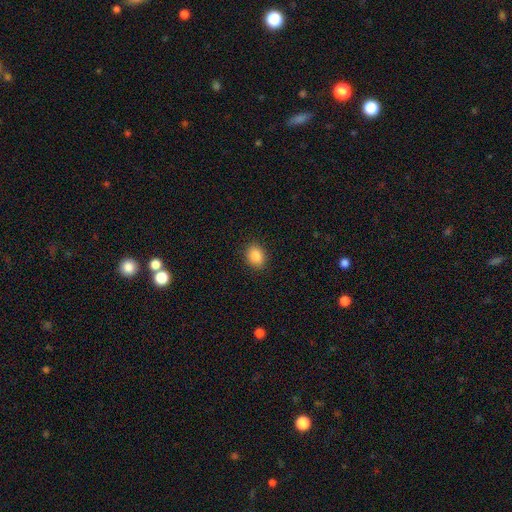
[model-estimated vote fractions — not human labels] smooth-or-featured: smooth: 87% | star or artifact: 9% | featured or disk: 4%
  how-rounded: in between: 57% | round: 42% | cigar-shaped: 1%
  merging: none: 89% | minor disturbance: 8% | major disturbance: 2% | merger: 1%